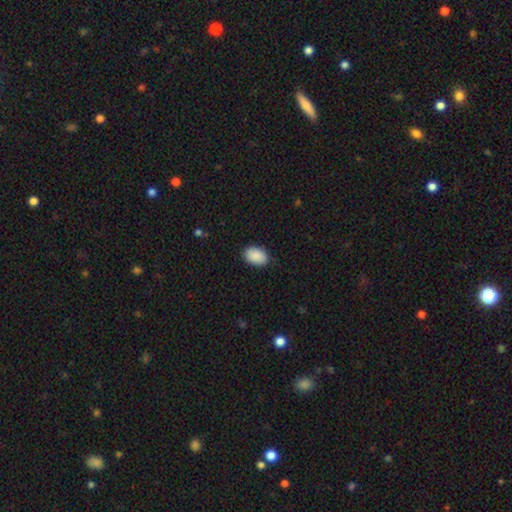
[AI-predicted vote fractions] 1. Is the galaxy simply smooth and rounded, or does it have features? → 90% smooth, 6% star or artifact, 3% featured or disk.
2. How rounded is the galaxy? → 87% in between, 12% round, 1% cigar-shaped.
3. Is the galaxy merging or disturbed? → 86% none, 11% minor disturbance, 2% major disturbance, 1% merger.